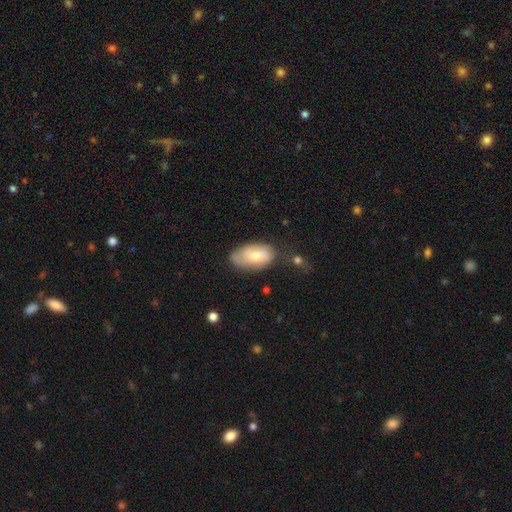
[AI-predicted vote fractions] Smooth or featured? smooth (68%)
How rounded? in between (93%)
Merging? none (58%)